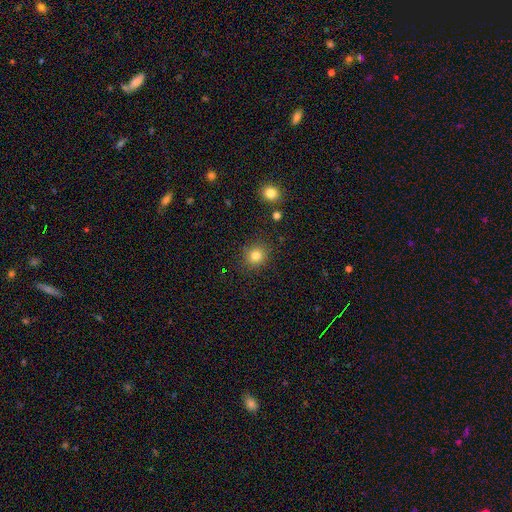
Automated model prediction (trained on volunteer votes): This is clearly a smooth galaxy (82%). How rounded: clearly round (87%). Merging: clearly none (88%).